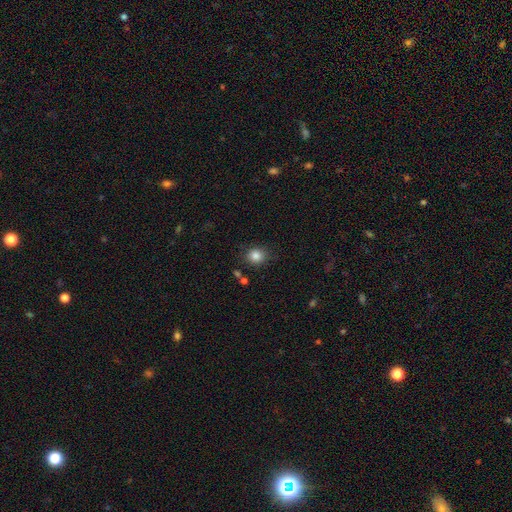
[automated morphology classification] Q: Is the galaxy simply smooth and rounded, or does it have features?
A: smooth — 84%.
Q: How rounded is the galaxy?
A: round — 75%.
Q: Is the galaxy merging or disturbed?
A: none — 83%.